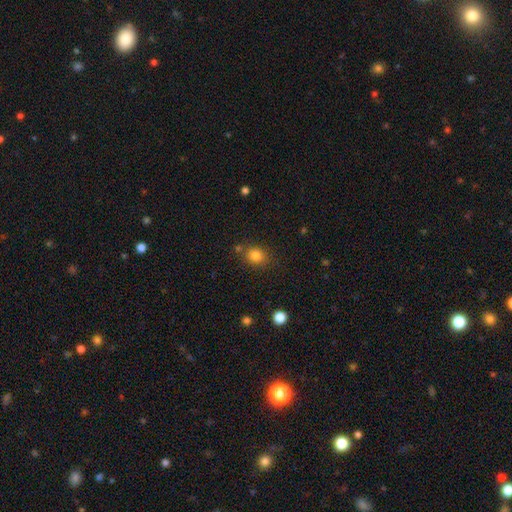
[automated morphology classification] Smooth or featured: smooth — 83% (star or artifact — 12%)
How rounded: round — 67% (in between — 32%)
Merging: none — 77% (minor disturbance — 13%)